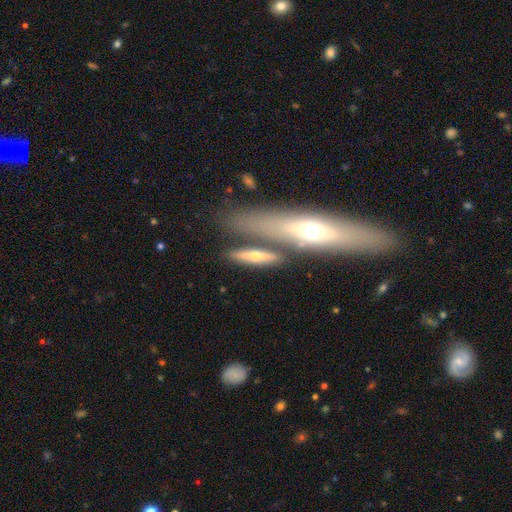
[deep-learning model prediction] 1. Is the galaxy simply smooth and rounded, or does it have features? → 46% featured or disk (tied), 46% smooth (tied), 8% star or artifact.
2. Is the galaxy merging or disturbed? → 63% none, 20% merger, 12% minor disturbance, 5% major disturbance.